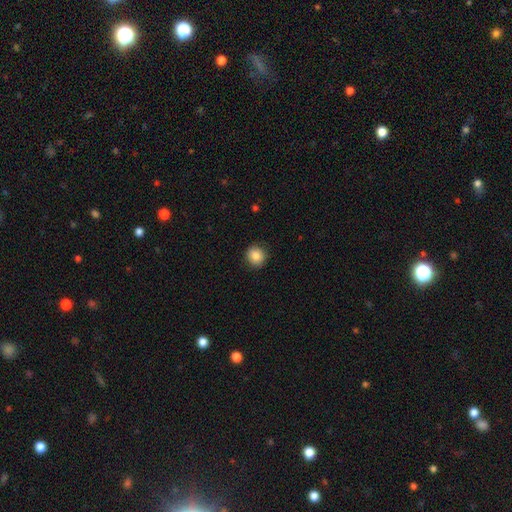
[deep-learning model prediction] Smooth or featured? Predicted: smooth (p=0.85). How rounded? Predicted: round (p=0.88). Merging? Predicted: none (p=0.88).